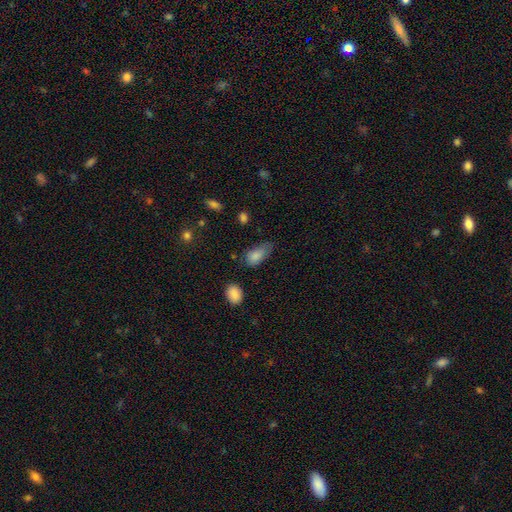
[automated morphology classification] The model was most divided on "merging": minor disturbance: 42%, none: 37%, major disturbance: 17%, merger: 3%. More confident: how rounded — in between (89%); smooth or featured — smooth (84%).